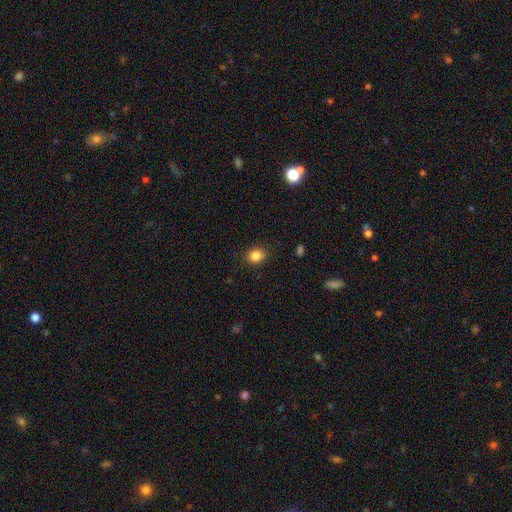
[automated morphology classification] smooth 84%, star or artifact 11%, featured or disk 5%. Down the decision tree: how rounded — round (65%); merging — none (85%).